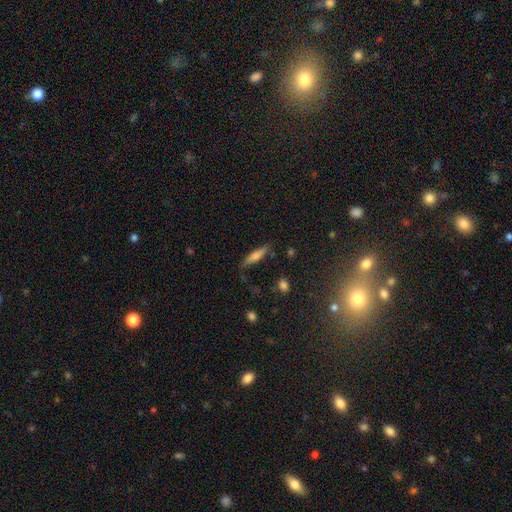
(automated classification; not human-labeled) smooth-or-featured: smooth: 62% | featured or disk: 31% | star or artifact: 8%
  how-rounded: cigar-shaped: 73% | in between: 25% | round: 2%
  merging: none: 72% | minor disturbance: 19% | major disturbance: 6% | merger: 3%